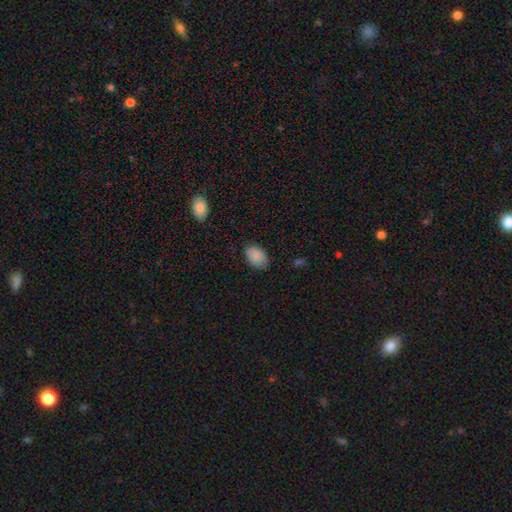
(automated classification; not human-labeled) A smooth galaxy with no disk features (88%) that is in between round and cigar-shaped (86%).

Vote fractions:
- Smooth or featured? smooth: 88% / star or artifact: 8% / featured or disk: 4%
- How rounded? in between: 86% / round: 13% / cigar-shaped: 1%
- Merging? none: 82% / minor disturbance: 14% / major disturbance: 3% / merger: 1%